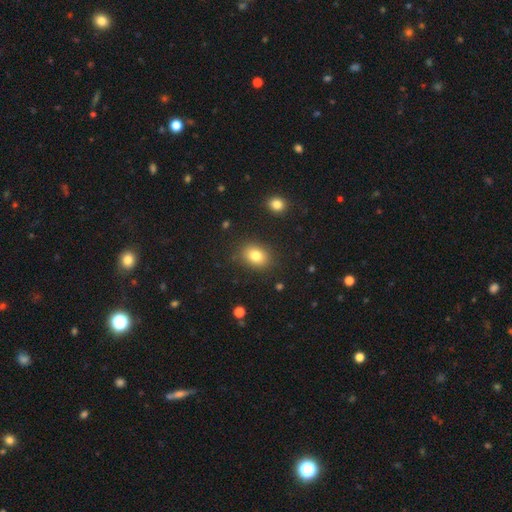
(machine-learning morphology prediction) Smooth or featured? smooth (81%)
How rounded? in between (60%)
Merging? none (86%)